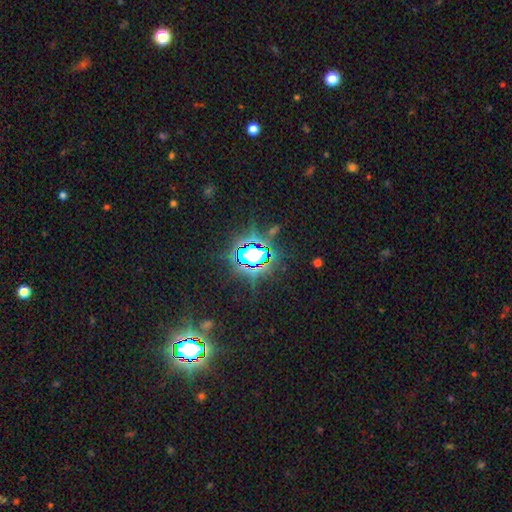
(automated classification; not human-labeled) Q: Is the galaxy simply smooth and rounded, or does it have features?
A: star or artifact — 75%.